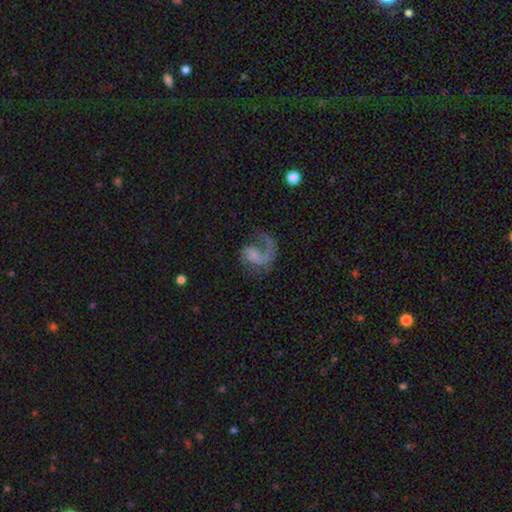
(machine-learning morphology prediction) featured or disk 73%, smooth 19%, star or artifact 8%. Down the decision tree: edge-on disk — no (98%); bar — no (66%); spiral arms — yes (90%); spiral arm count — 1 (85%); spiral winding — loose (58%); bulge size — none (46%); merging — major disturbance (43%).